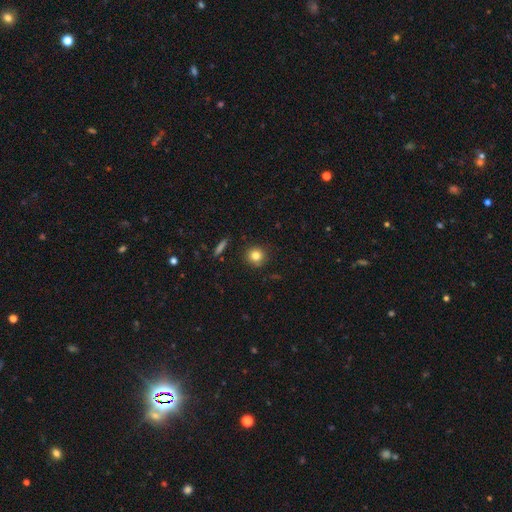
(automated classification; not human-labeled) Morphology: type=smooth (82%); roundness=round (91%); merging=none (88%).